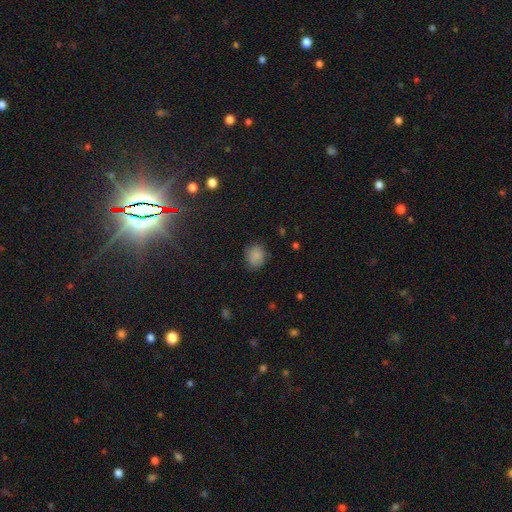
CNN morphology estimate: Smooth or featured?
  - smooth: 83% *
  - star or artifact: 10%
  - featured or disk: 7%
How rounded?
  - round: 59% *
  - in between: 40%
  - cigar-shaped: 1%
Merging?
  - none: 77% *
  - minor disturbance: 17%
  - major disturbance: 4%
  - merger: 1%